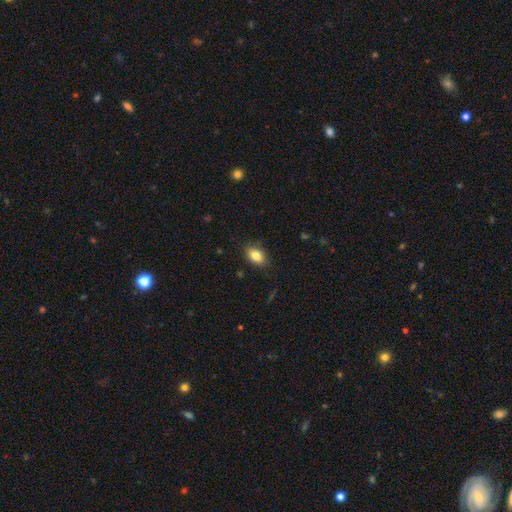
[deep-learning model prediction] Morphology: type=smooth (83%); roundness=in between (82%); merging=none (84%).